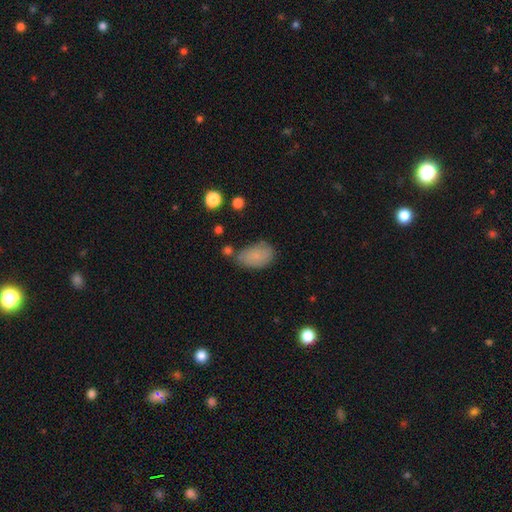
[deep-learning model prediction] Smooth or featured? Predicted: smooth (p=0.80). How rounded? Predicted: in between (p=0.91). Merging? Predicted: none (p=0.60).